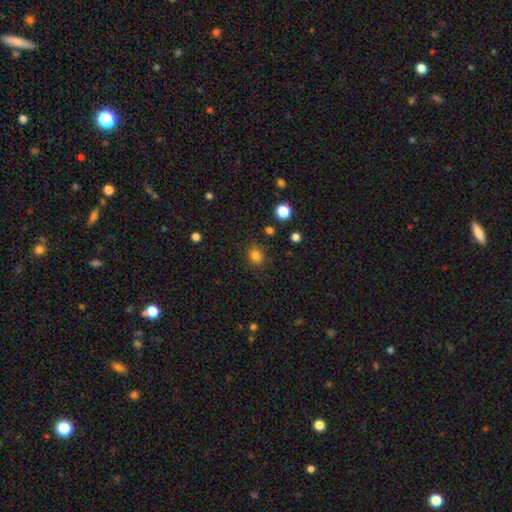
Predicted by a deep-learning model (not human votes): Morphology: type=smooth (81%); roundness=round (68%); merging=none (85%).